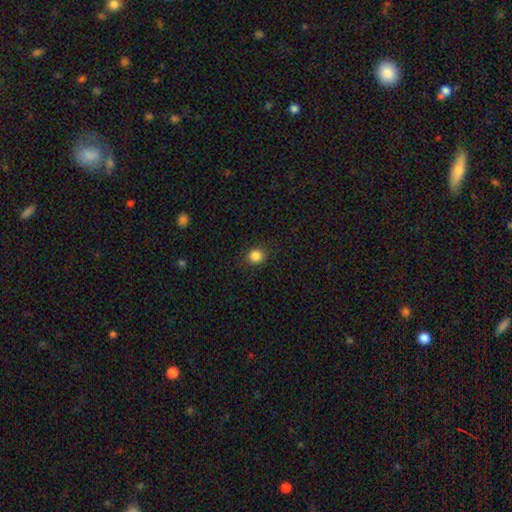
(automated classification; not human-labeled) A smooth galaxy with no disk features (85%) that is round (88%). Merging: none (90%).